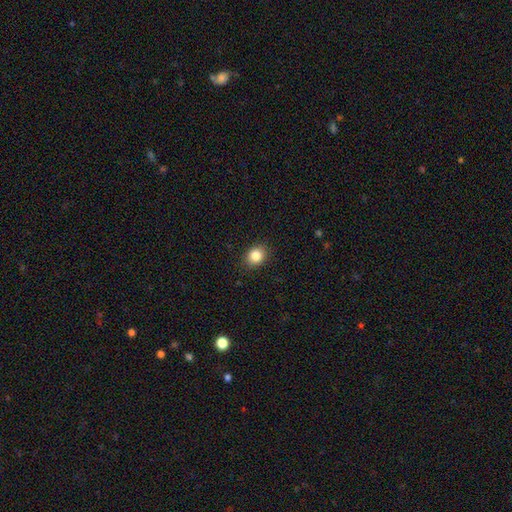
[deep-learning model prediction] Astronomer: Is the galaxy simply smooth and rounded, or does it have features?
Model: smooth — 85%.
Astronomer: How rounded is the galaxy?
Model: round — 56% (runner-up: in between, 43%).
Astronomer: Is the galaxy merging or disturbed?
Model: none — 88%.